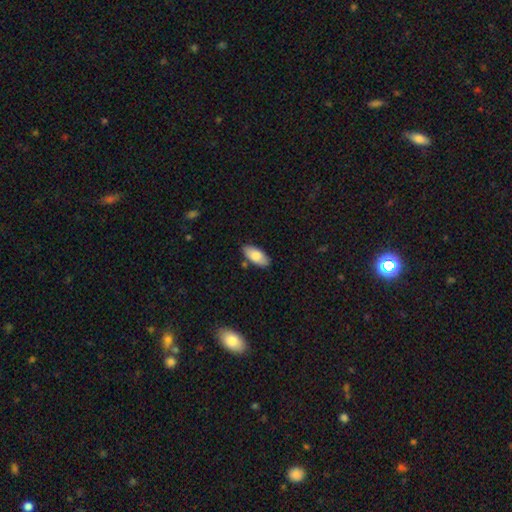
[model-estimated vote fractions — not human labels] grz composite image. It shows a smooth galaxy with no disk features (83%) that is in between round and cigar-shaped (90%). Merging: none (82%).